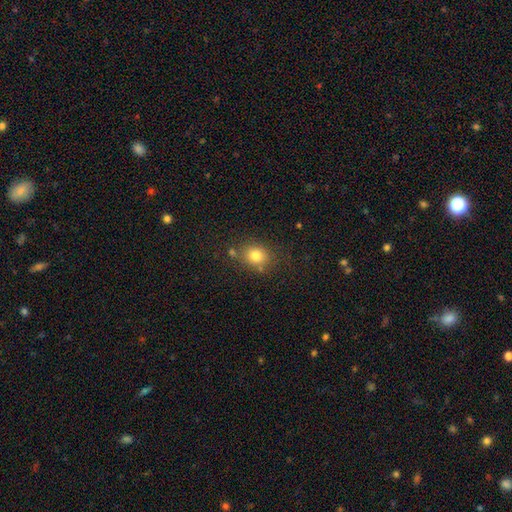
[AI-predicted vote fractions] smooth 80%, star or artifact 12%, featured or disk 8%. Down the decision tree: how rounded — round (67%); merging — none (74%).